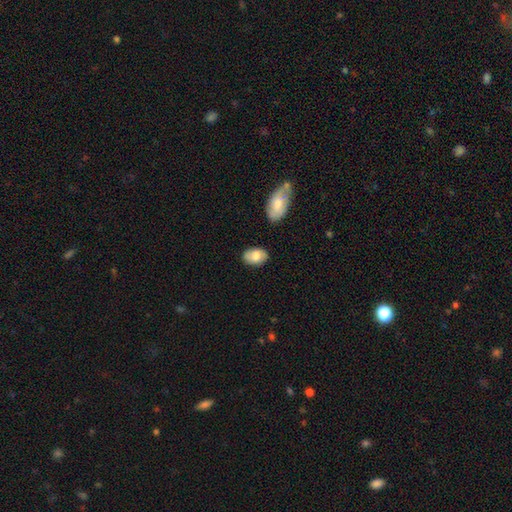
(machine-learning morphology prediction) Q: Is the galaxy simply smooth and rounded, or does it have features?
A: smooth — 70%.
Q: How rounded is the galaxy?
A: in between — 87%.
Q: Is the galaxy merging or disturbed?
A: none — 76%.